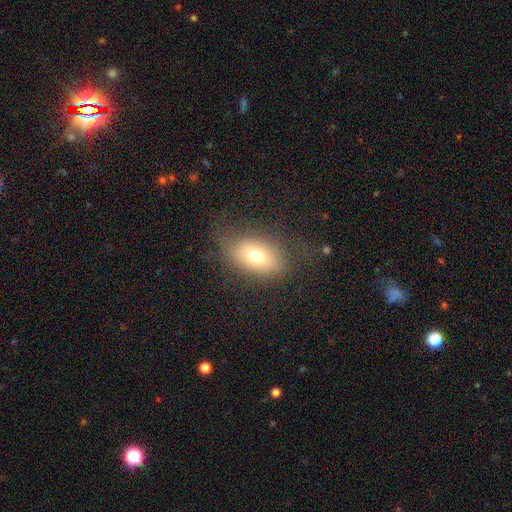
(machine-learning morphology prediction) Smooth or featured? smooth (70%)
How rounded? in between (85%)
Merging? none (68%)